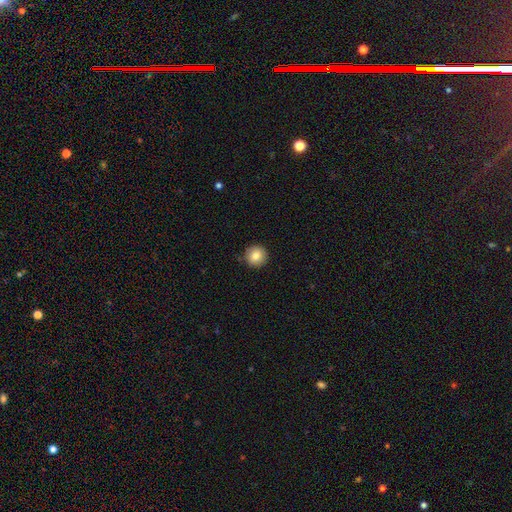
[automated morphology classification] type=smooth (84%); roundness=round (95%); merging=none (90%).